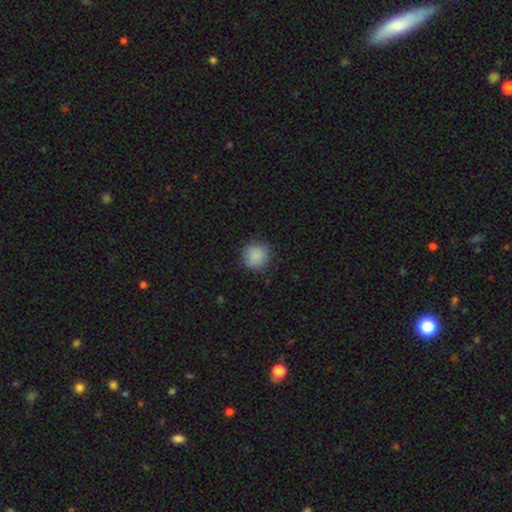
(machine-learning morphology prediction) smooth 88%, star or artifact 8%, featured or disk 5%. Down the decision tree: how rounded — round (91%); merging — none (85%).